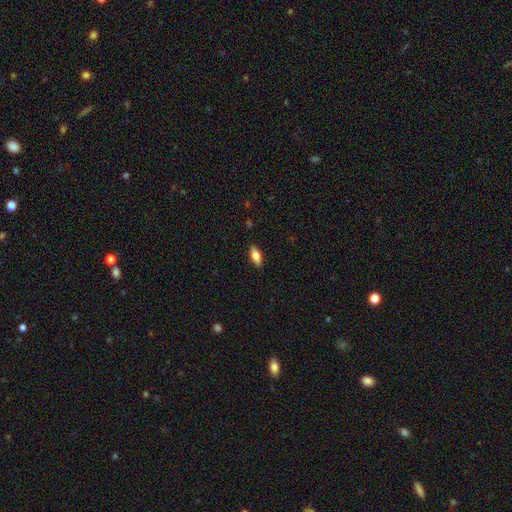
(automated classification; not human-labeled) Q: Smooth or featured?
A: smooth (70%); runner-up: featured or disk (23%)
Q: How rounded?
A: in between (77%); runner-up: cigar-shaped (20%)
Q: Merging?
A: none (88%); runner-up: minor disturbance (9%)